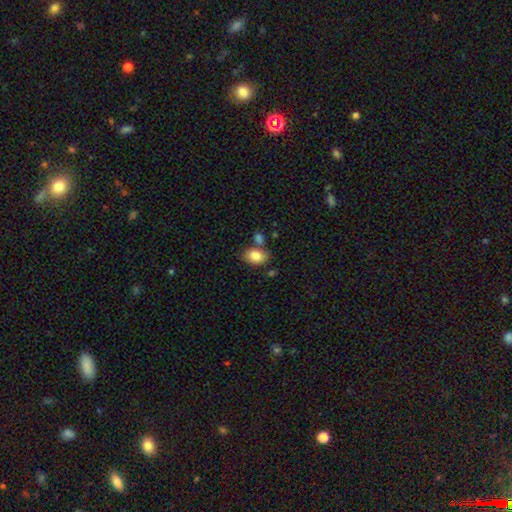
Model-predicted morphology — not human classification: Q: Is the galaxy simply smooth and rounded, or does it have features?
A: smooth — 84%.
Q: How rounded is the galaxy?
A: in between — 77%.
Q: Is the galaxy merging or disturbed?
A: none — 64%.